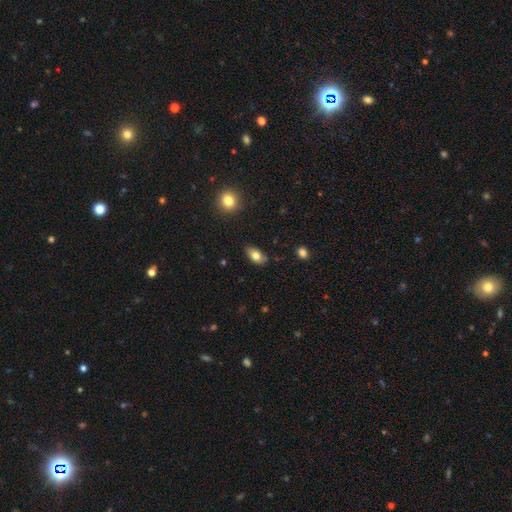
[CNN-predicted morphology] The model was most divided on "smooth or featured": smooth: 80%, featured or disk: 12%, star or artifact: 8%. More confident: how rounded — in between (90%); merging — none (82%).